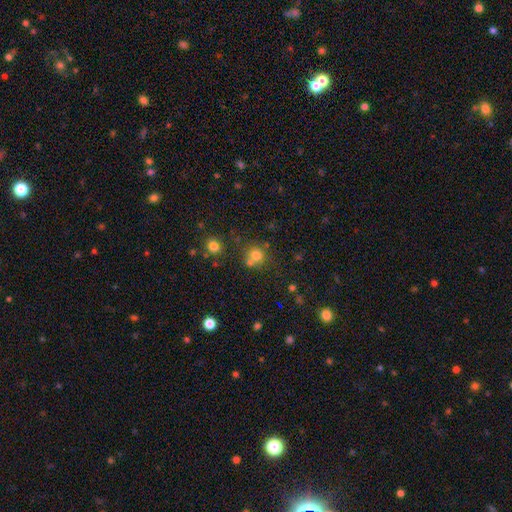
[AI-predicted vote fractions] Overall: smooth (73%). How rounded: round (88%). Merging: none (58%; merger 29%).